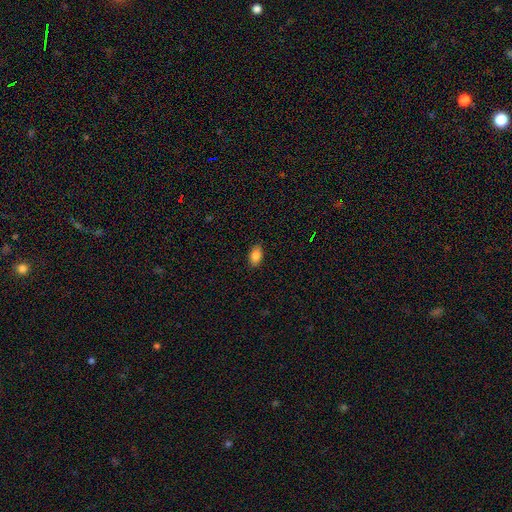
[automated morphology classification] smooth 86%, star or artifact 8%, featured or disk 5%. Down the decision tree: how rounded — in between (91%); merging — none (88%).